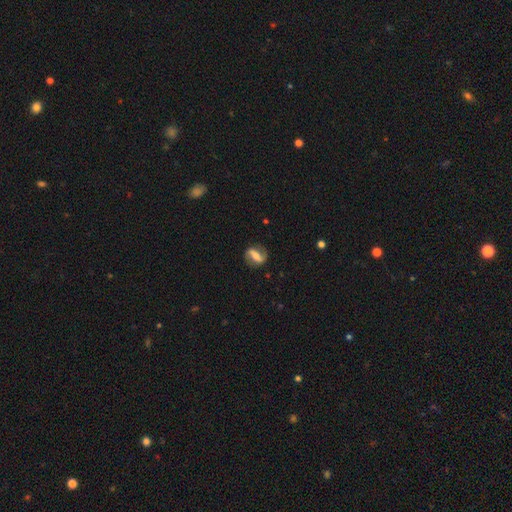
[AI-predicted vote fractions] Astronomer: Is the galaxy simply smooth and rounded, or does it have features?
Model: featured or disk — 70%.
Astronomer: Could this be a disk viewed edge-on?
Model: no — 93%.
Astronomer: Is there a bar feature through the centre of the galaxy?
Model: strong — 56%.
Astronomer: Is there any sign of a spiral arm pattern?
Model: yes — 84%.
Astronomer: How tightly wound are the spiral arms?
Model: loose — 45% (runner-up: medium, 35%).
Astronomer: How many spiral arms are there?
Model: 2 — 89%.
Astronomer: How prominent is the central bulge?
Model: moderate — 48% (runner-up: small, 31%).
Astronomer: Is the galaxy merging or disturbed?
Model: none — 80%.